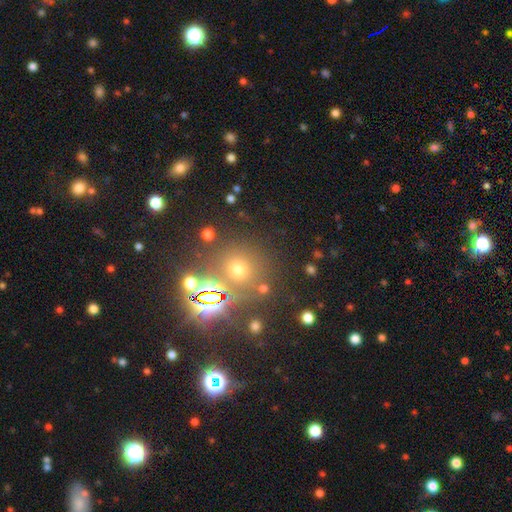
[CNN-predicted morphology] star or artifact 55%, smooth 37%, featured or disk 8%.